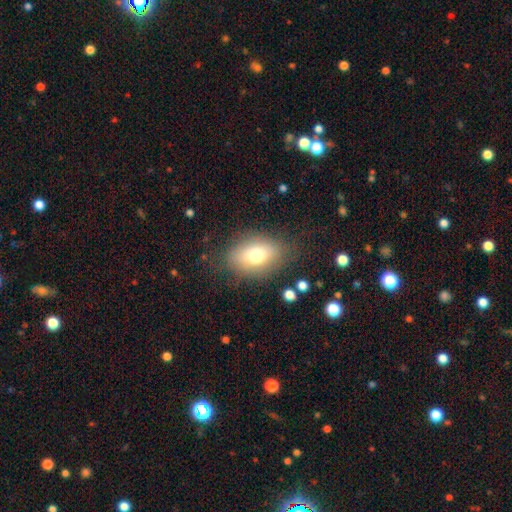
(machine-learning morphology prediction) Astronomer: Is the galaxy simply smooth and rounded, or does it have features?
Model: smooth — 71%.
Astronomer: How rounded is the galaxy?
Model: in between — 80%.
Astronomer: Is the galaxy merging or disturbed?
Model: none — 76%.